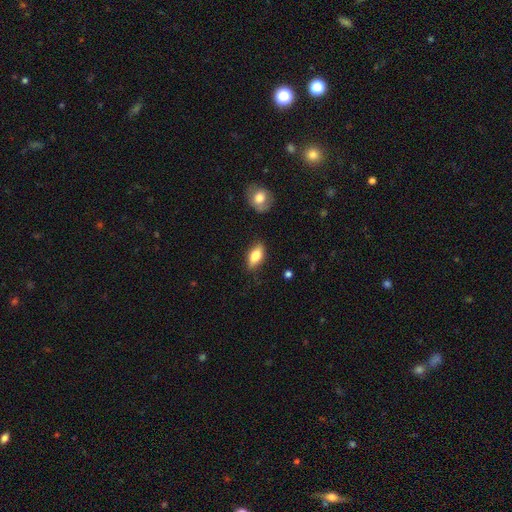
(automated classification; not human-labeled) A smooth galaxy with no disk features (72%) that is in between round and cigar-shaped (83%).

Vote fractions:
- Smooth or featured? smooth: 72% / featured or disk: 21% / star or artifact: 7%
- How rounded? in between: 83% / cigar-shaped: 12% / round: 5%
- Merging? none: 81% / minor disturbance: 14% / major disturbance: 3% / merger: 2%